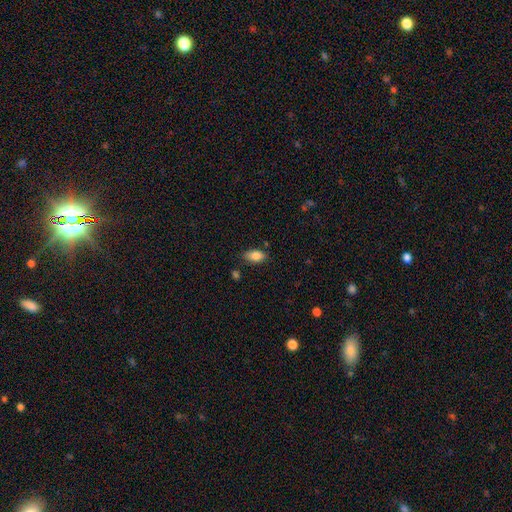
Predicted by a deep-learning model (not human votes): Overall: smooth (85%). How rounded: in between (91%). Merging: none (79%).